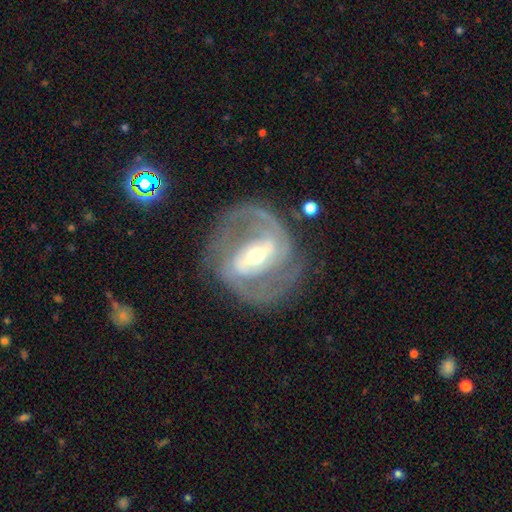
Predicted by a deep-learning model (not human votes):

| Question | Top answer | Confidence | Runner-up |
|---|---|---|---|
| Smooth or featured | featured or disk | 90% | smooth (5%) |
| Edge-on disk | no | 97% | yes (3%) |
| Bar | strong | 51% | weak (36%) |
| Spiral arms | yes | 96% | no (4%) |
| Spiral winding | medium | 49% | tight (38%) |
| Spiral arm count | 2 | 81% | 3 (7%) |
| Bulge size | moderate | 61% | small (32%) |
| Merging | none | 75% | minor disturbance (15%) |